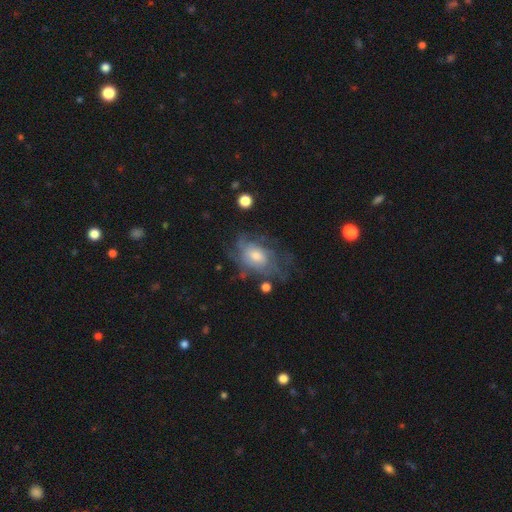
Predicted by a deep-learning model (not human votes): The model was most divided on "bulge size": moderate: 54%, small: 30%, large: 12%, none: 3%, dominant: 1%. More confident: edge-on disk — no (95%); spiral arms — yes (75%); bar — no (73%); smooth or featured — featured or disk (66%); merging — none (55%).